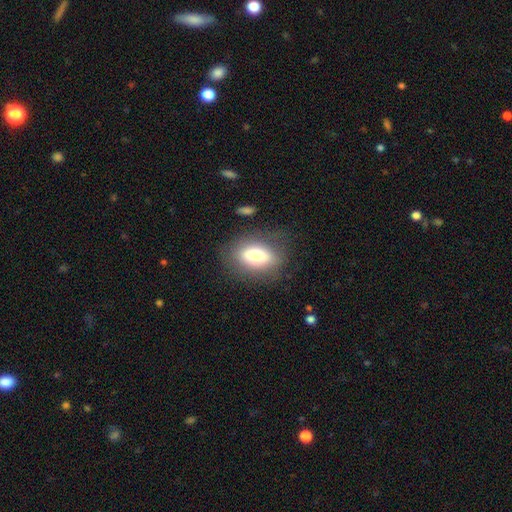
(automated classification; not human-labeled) The model was most divided on "smooth or featured": smooth: 68%, featured or disk: 23%, star or artifact: 8%. More confident: how rounded — in between (82%); merging — none (77%).